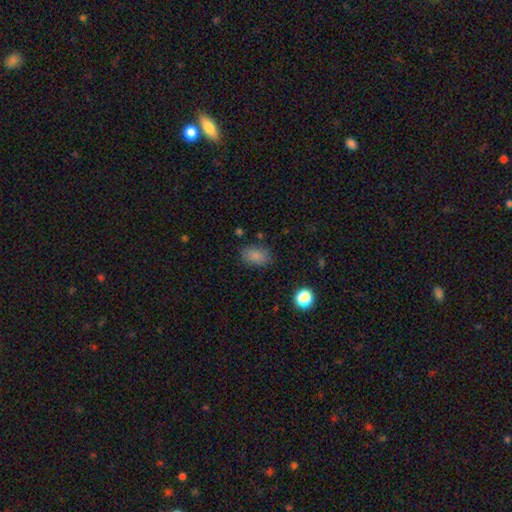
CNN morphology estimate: This appears to be a smooth galaxy with no disk features (84%) that is in between round and cigar-shaped (83%). Merging: none (79%).